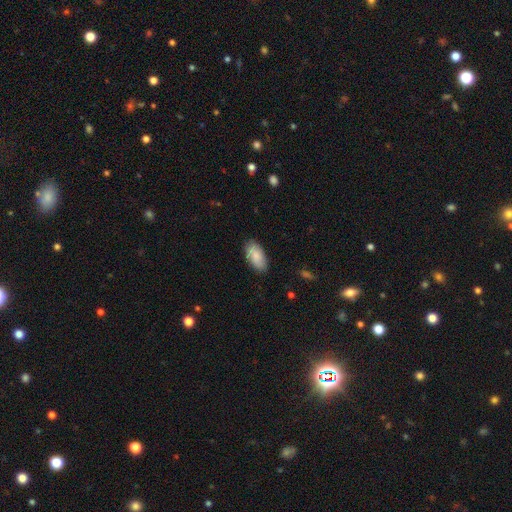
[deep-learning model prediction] This is clearly a smooth galaxy (83%). How rounded: clearly in between (93%). Merging: clearly none (84%).